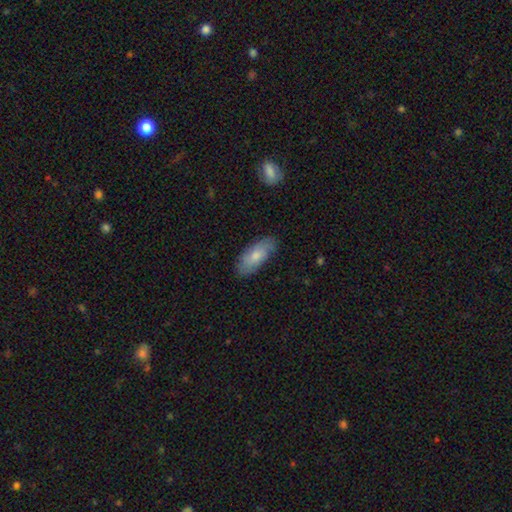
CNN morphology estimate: type=smooth (67%); roundness=in between (84%); merging=none (80%).